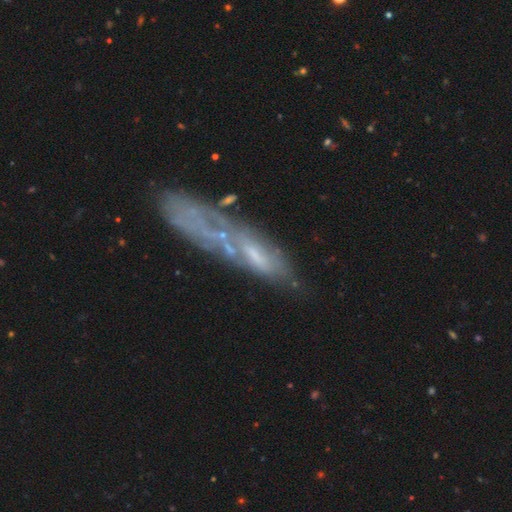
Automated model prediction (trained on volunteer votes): Overall: featured or disk (55%; smooth 36%). Edge-on disk: no (71%). Merging: none (45%; minor disturbance 22%).